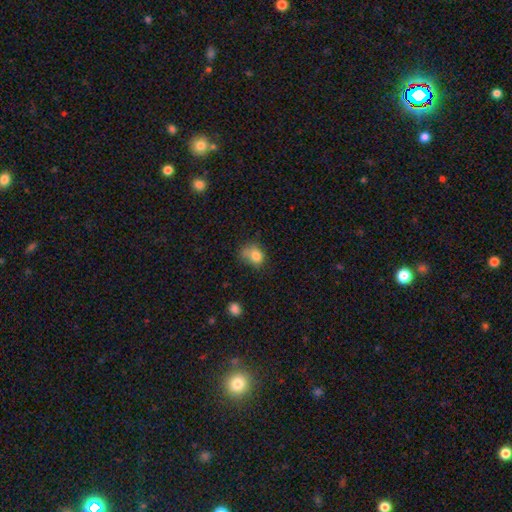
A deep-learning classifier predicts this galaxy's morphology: A smooth galaxy with no disk features (78%) that is round (55%).

Vote fractions:
- Smooth or featured? smooth: 78% / star or artifact: 11% / featured or disk: 11%
- How rounded? round: 55% / in between: 44% / cigar-shaped: 1%
- Merging? none: 40% / minor disturbance: 31% / major disturbance: 16% / merger: 13%